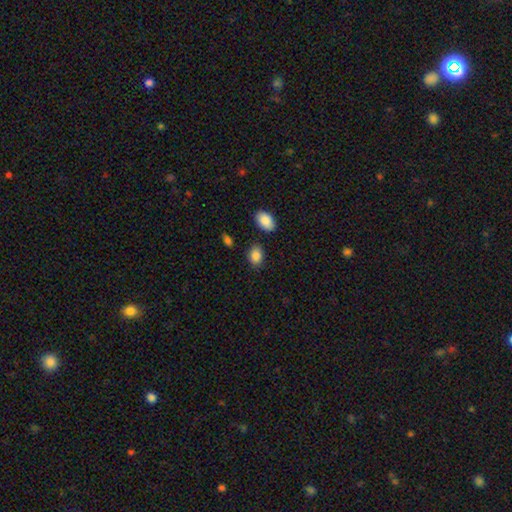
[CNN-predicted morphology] Smooth or featured?
  - smooth: 87% *
  - star or artifact: 8%
  - featured or disk: 4%
How rounded?
  - in between: 70% *
  - round: 28%
  - cigar-shaped: 1%
Merging?
  - none: 82% *
  - minor disturbance: 11%
  - merger: 4%
  - major disturbance: 3%